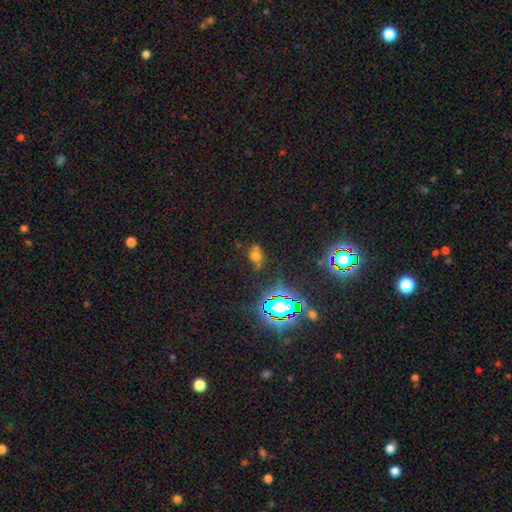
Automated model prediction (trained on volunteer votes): Smooth or featured? Predicted: smooth (p=0.51). How rounded? Predicted: in between (p=0.61). Merging? Predicted: none (p=0.59).